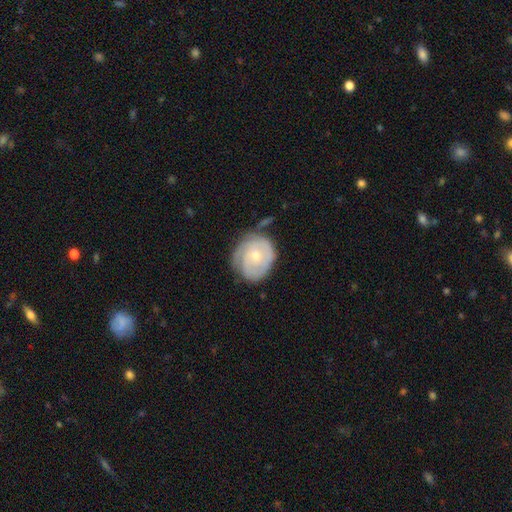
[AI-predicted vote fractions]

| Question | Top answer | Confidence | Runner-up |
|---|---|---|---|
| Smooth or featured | featured or disk | 66% | smooth (28%) |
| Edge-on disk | no | 97% | yes (3%) |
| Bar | no | 72% | weak (24%) |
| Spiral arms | yes | 83% | no (17%) |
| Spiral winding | tight | 67% | medium (25%) |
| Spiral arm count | can't tell | 37% | 2 (31%) |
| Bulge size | small | 53% | moderate (43%) |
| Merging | none | 61% | minor disturbance (26%) |